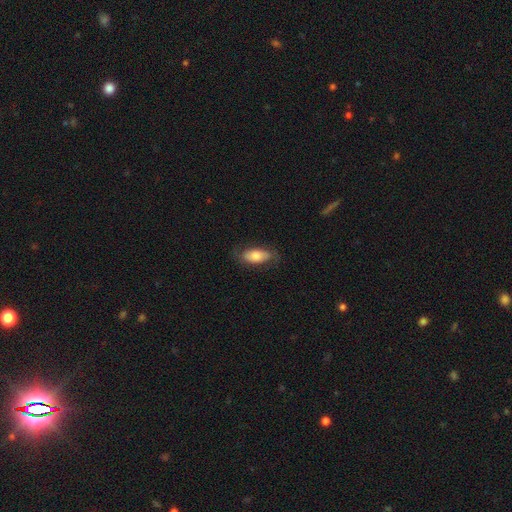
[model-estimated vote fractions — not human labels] This appears to be a smooth galaxy with no disk features (68%) that is in between round and cigar-shaped (88%). Merging: none (74%).